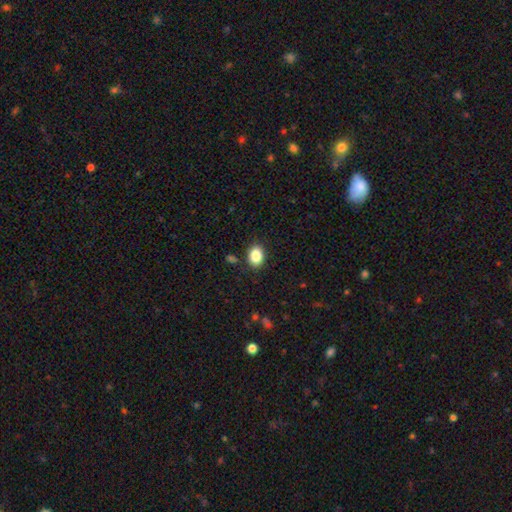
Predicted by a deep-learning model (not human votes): smooth 86%, star or artifact 8%, featured or disk 5%. Down the decision tree: how rounded — in between (72%); merging — none (87%).